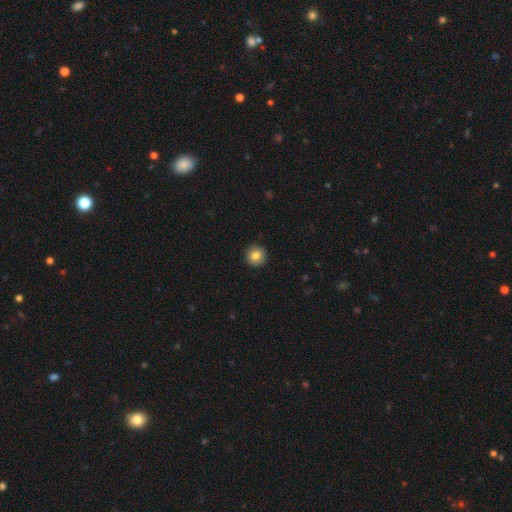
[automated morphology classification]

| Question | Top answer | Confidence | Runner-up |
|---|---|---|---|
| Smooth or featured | smooth | 82% | featured or disk (9%) |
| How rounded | round | 95% | in between (4%) |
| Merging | none | 92% | minor disturbance (5%) |